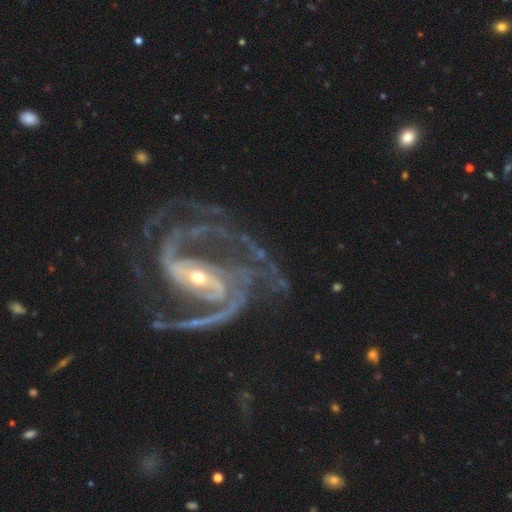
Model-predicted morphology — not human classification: This is clearly a featured or disk galaxy (93%). It is clearly not viewed edge-on (98%). Bar: possibly strong (54%). Spiral arm pattern: clearly yes (98%). Spiral arm count: possibly 2 (55%). Spiral winding: possibly medium (54%). Central bulge: likely small (65%). Merging: possibly none (54%).